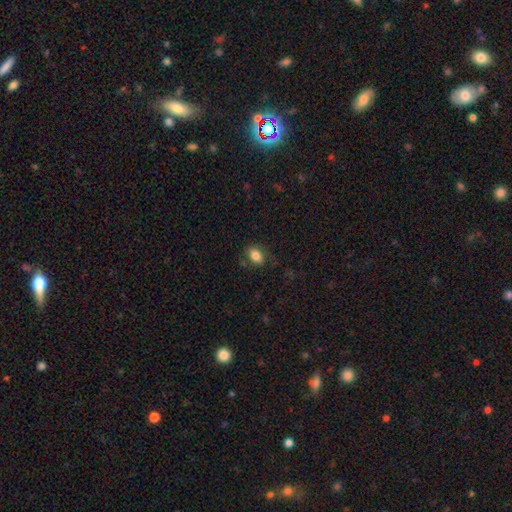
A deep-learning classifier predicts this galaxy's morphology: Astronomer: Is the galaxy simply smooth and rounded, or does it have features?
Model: smooth — 83%.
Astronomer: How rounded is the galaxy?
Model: in between — 82%.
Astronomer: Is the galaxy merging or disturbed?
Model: none — 75%.